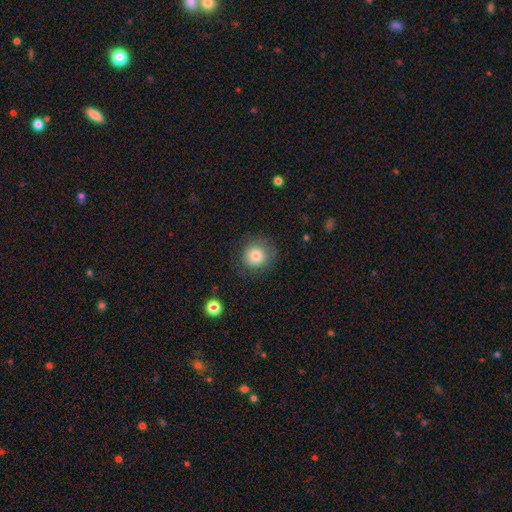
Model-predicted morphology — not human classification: The model was most divided on "merging": none: 80%, minor disturbance: 13%, major disturbance: 5%, merger: 1%. More confident: how rounded — round (91%); smooth or featured — smooth (80%).